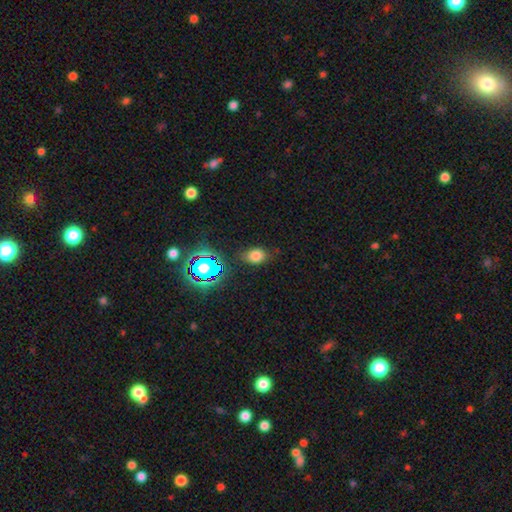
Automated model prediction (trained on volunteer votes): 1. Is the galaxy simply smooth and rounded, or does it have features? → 72% smooth, 19% star or artifact, 8% featured or disk.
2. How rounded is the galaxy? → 73% in between, 26% round, 2% cigar-shaped.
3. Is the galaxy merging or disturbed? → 78% none, 16% minor disturbance, 4% major disturbance, 2% merger.